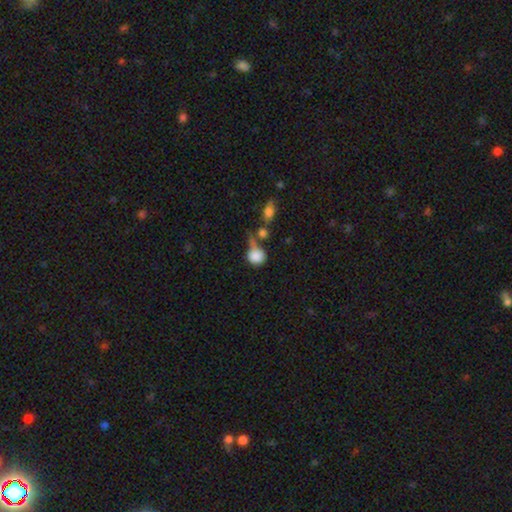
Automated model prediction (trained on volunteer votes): smooth-or-featured: smooth: 83% | featured or disk: 9% | star or artifact: 8%
  how-rounded: round: 80% | in between: 19% | cigar-shaped: 2%
  merging: none: 34% | merger: 31% | minor disturbance: 18% | major disturbance: 17%